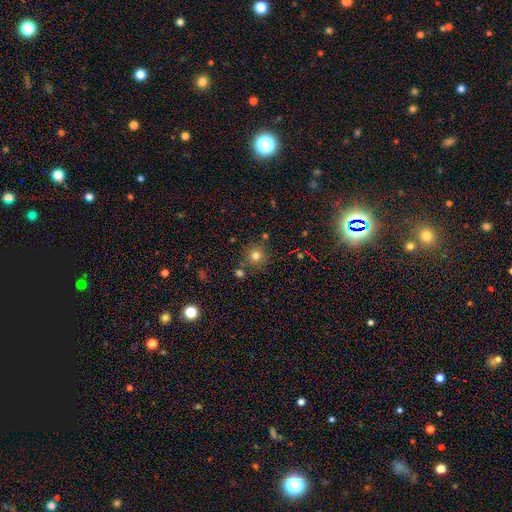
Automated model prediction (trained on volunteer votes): Morphology: type=smooth (77%); roundness=round (92%); merging=none (79%).